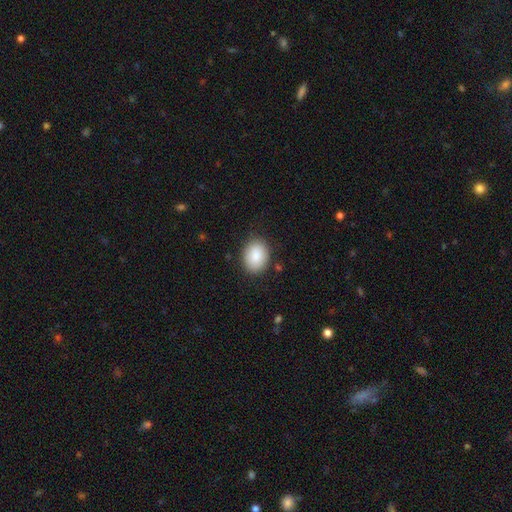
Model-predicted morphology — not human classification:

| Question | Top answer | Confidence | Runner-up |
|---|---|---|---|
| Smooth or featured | smooth | 88% | star or artifact (7%) |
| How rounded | in between | 66% | round (33%) |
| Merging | none | 85% | minor disturbance (11%) |